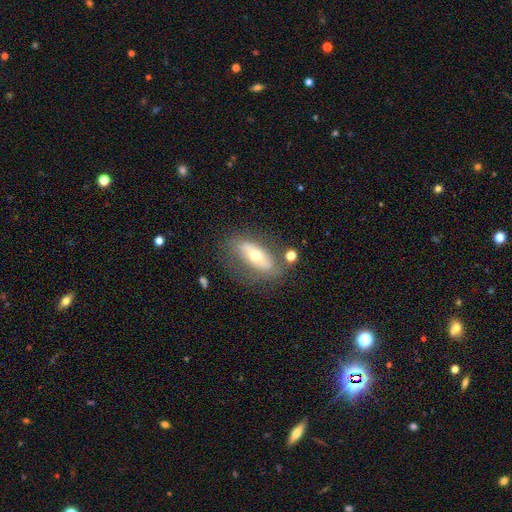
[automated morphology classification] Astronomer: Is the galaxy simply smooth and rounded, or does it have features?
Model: featured or disk — 50% (runner-up: smooth, 42%).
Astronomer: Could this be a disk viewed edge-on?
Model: no — 73%.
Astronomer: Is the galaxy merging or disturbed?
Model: none — 66%.